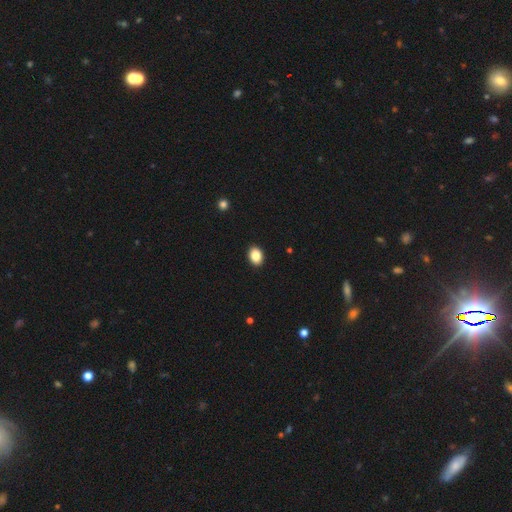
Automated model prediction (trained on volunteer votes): smooth_or_featured: smooth (p=0.87) [alt: star or artifact p=0.09]
how_rounded: in between (p=0.71) [alt: round p=0.28]
merging: none (p=0.92) [alt: minor disturbance p=0.06]